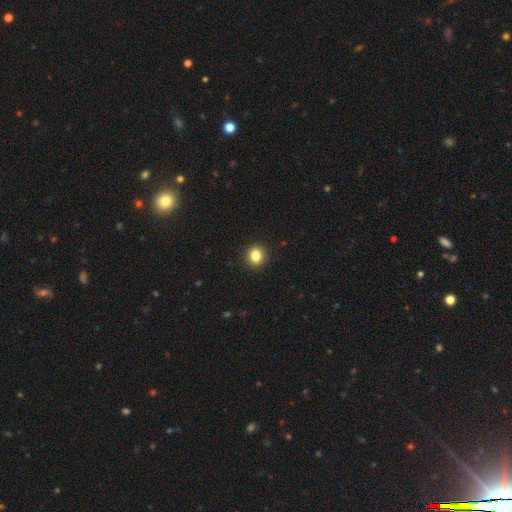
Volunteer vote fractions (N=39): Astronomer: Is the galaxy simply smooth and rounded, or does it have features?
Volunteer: smooth — 90%.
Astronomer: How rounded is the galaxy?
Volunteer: round — 89%.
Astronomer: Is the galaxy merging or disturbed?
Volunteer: none — 92%.